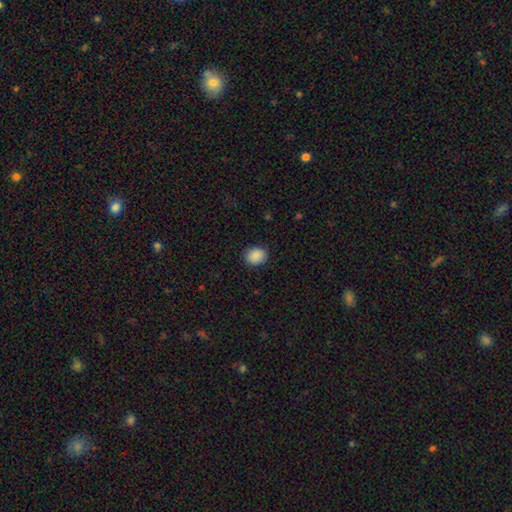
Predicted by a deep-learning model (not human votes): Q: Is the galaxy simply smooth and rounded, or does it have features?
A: smooth — 89%.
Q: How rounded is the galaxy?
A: round — 55%.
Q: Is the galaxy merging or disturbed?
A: none — 86%.